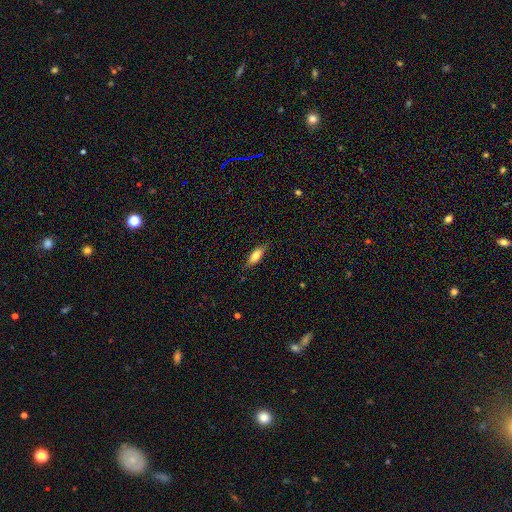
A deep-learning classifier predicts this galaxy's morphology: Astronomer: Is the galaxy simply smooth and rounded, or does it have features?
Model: smooth — 69%.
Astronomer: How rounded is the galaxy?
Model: in between — 62%.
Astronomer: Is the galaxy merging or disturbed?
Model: none — 82%.